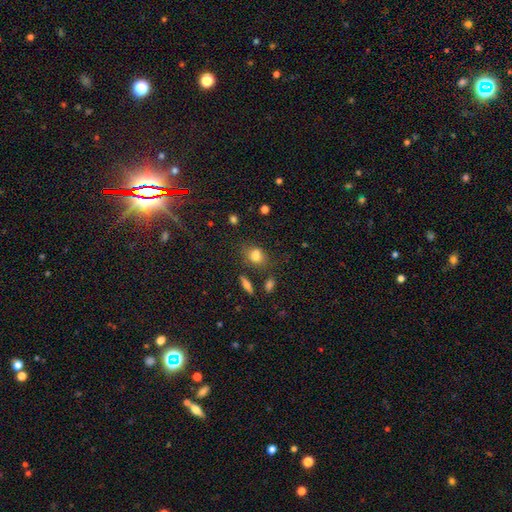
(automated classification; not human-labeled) A smooth galaxy with no disk features (75%) that is in between round and cigar-shaped (58%).

Vote fractions:
- Smooth or featured? smooth: 75% / star or artifact: 13% / featured or disk: 11%
- How rounded? in between: 58% / round: 39% / cigar-shaped: 2%
- Merging? none: 56% / minor disturbance: 21% / merger: 16% / major disturbance: 8%